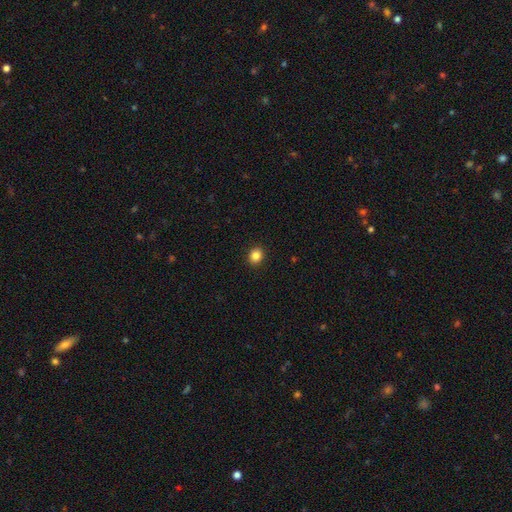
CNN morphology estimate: A smooth galaxy with no disk features (85%) that is round (69%).

Vote fractions:
- Smooth or featured? smooth: 85% / star or artifact: 10% / featured or disk: 5%
- How rounded? round: 69% / in between: 30% / cigar-shaped: 1%
- Merging? none: 92% / minor disturbance: 5% / major disturbance: 2% / merger: 1%